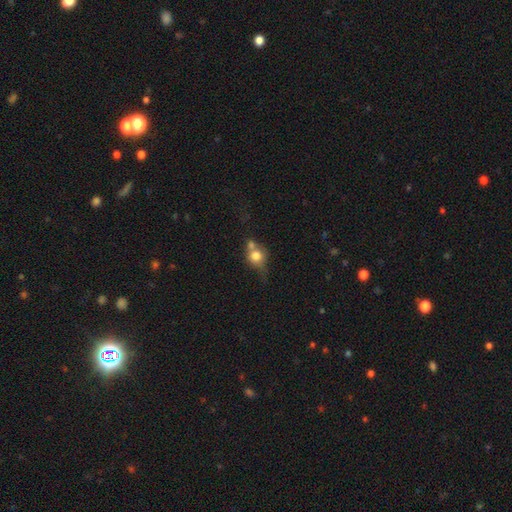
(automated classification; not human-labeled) Q: Smooth or featured?
A: smooth (70%); runner-up: featured or disk (20%)
Q: How rounded?
A: round (75%); runner-up: in between (23%)
Q: Merging?
A: merger (44%); runner-up: none (32%)